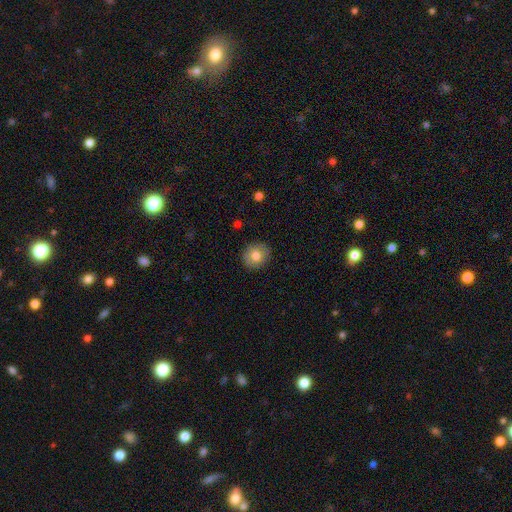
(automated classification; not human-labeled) smooth_or_featured: smooth (p=0.79) [alt: featured or disk p=0.13]
how_rounded: round (p=0.82) [alt: in between p=0.18]
merging: none (p=0.88) [alt: minor disturbance p=0.09]